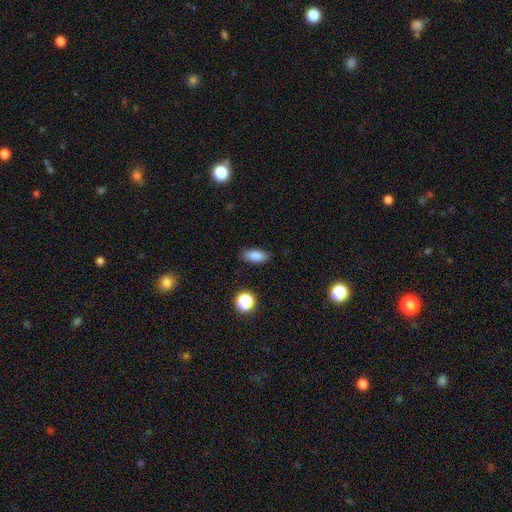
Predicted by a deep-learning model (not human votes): Q: Smooth or featured?
A: smooth (85%); runner-up: star or artifact (10%)
Q: How rounded?
A: in between (84%); runner-up: cigar-shaped (10%)
Q: Merging?
A: none (83%); runner-up: minor disturbance (13%)